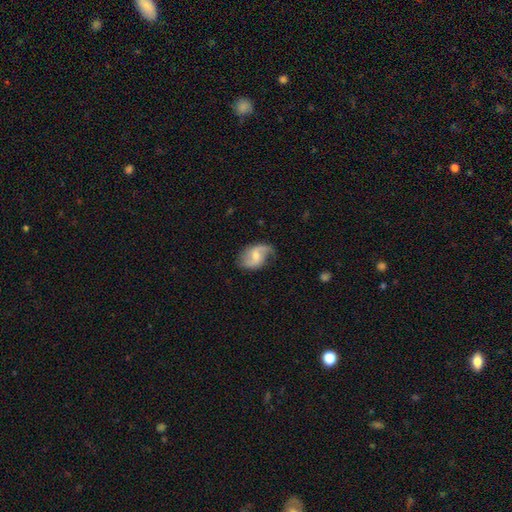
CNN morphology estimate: smooth_or_featured: featured or disk (p=0.70) [alt: smooth p=0.24]
disk_edge_on: no (p=0.97) [alt: yes p=0.03]
bar: weak (p=0.52) [alt: no p=0.33]
has_spiral_arms: yes (p=0.92) [alt: no p=0.08]
spiral_winding: loose (p=0.59) [alt: medium p=0.31]
spiral_arm_count: 2 (p=0.82) [alt: 1 p=0.11]
bulge_size: moderate (p=0.54) [alt: small p=0.34]
merging: none (p=0.63) [alt: minor disturbance p=0.26]